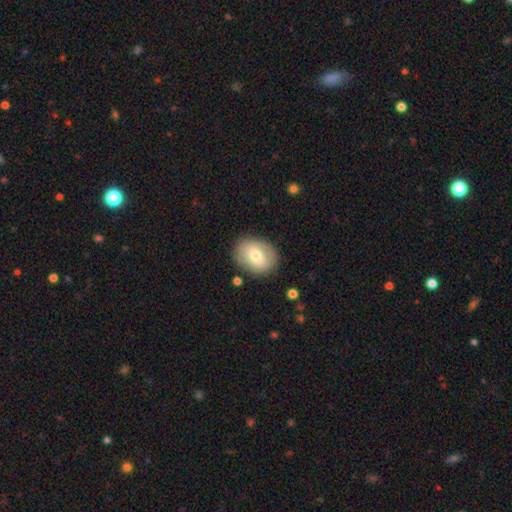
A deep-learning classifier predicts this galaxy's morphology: This appears to be a smooth galaxy with no disk features (65%) that is in between round and cigar-shaped (59%). Merging: none (80%).